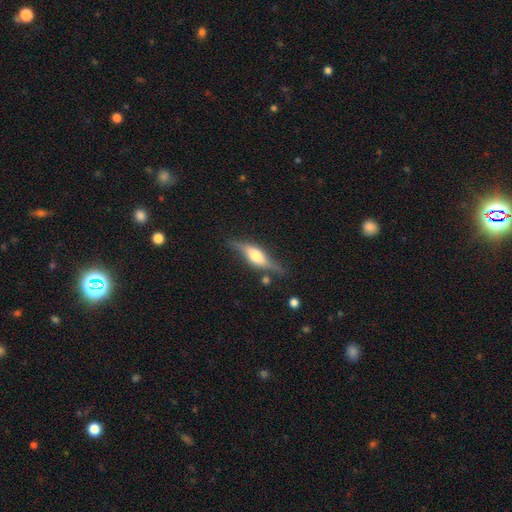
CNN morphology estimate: Smooth or featured? featured or disk (67%)
Edge-on disk? yes (87%)
Edge-on bulge? rounded (89%)
Merging? none (71%)